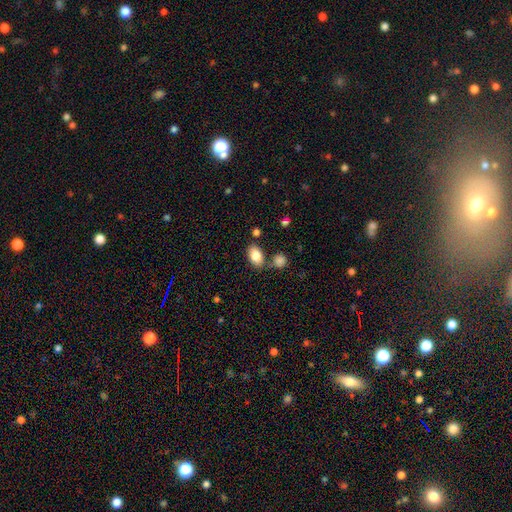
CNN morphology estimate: Q: Smooth or featured?
A: smooth (84%); runner-up: featured or disk (9%)
Q: How rounded?
A: in between (89%); runner-up: round (9%)
Q: Merging?
A: none (70%); runner-up: merger (15%)